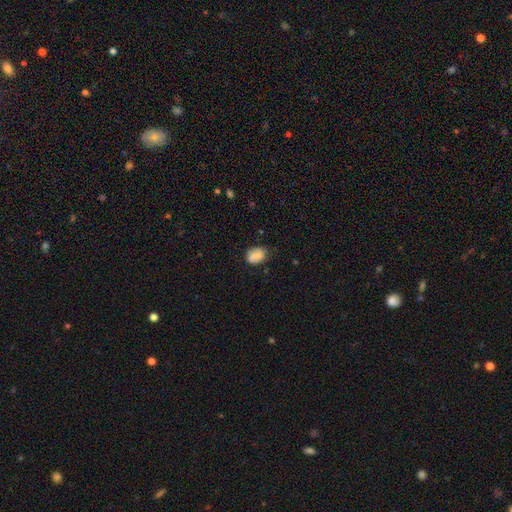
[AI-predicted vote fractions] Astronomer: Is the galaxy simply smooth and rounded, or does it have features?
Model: smooth — 76%.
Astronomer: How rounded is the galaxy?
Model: in between — 68%.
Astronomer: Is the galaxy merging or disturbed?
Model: none — 67%.